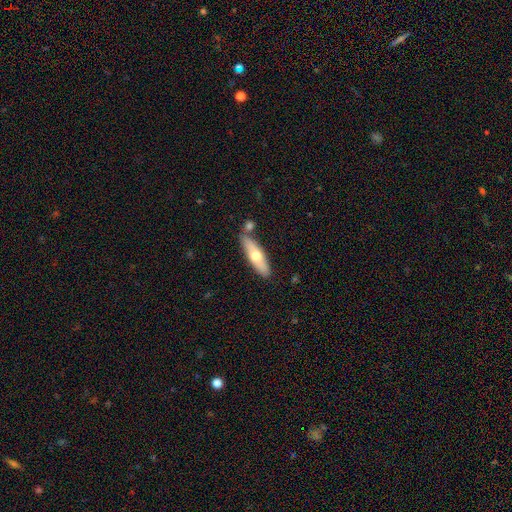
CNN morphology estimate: Overall: smooth (56%; featured or disk 39%). How rounded: cigar-shaped (62%; in between 36%). Merging: none (75%).